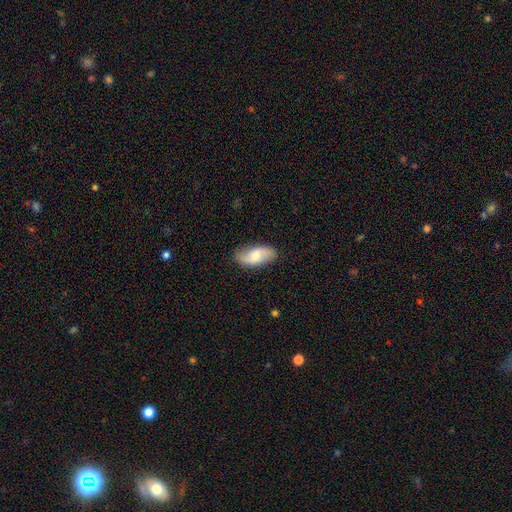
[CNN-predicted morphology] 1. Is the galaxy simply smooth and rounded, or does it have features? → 47% smooth, 46% featured or disk, 6% star or artifact.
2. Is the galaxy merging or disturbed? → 82% none, 14% minor disturbance, 3% major disturbance, 1% merger.